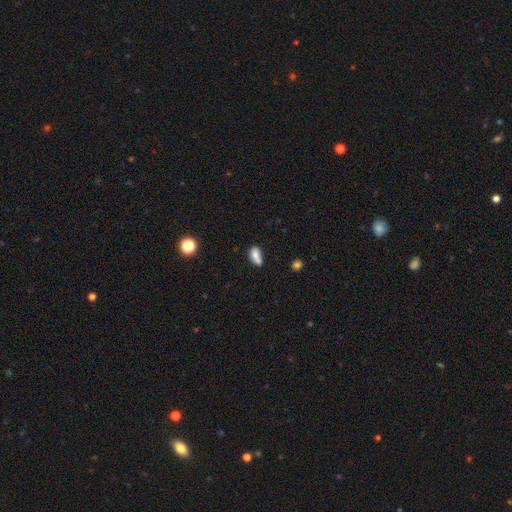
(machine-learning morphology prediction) This is likely a smooth galaxy (79%). How rounded: clearly in between (84%). Merging: possibly none (48%).